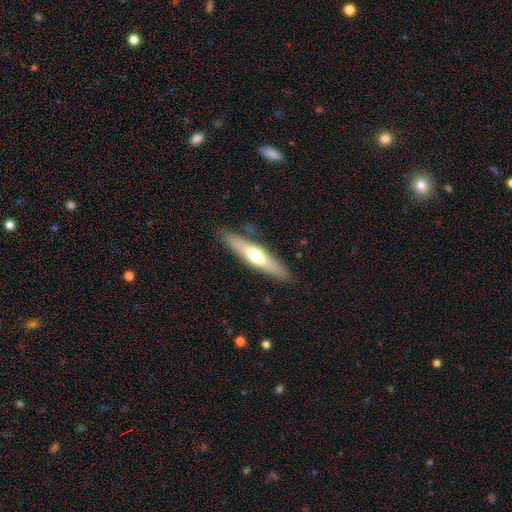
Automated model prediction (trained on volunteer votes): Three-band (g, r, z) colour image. It shows a featured or disk galaxy (49%). Merging: none (87%).